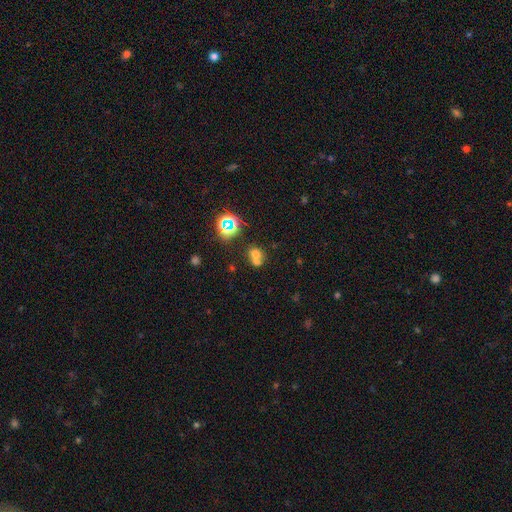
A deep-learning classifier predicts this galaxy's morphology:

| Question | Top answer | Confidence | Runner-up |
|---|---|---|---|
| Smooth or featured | smooth | 62% | star or artifact (22%) |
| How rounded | round | 75% | in between (24%) |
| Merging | merger | 54% | none (37%) |